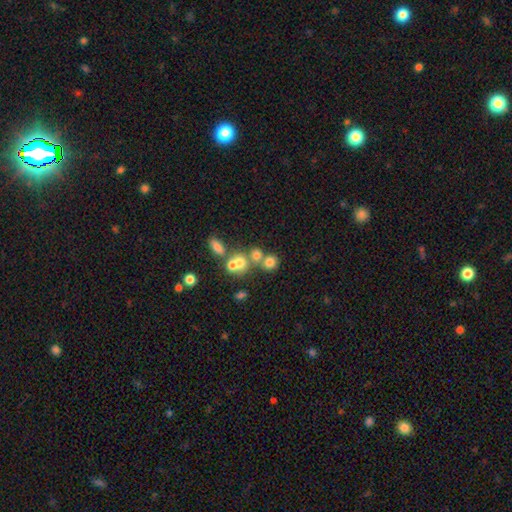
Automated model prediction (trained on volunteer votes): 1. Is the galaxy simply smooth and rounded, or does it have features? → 59% smooth, 22% star or artifact, 19% featured or disk.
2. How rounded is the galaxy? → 79% round, 20% in between, 1% cigar-shaped.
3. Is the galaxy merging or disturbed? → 43% merger (tied), 43% none (tied), 8% minor disturbance, 5% major disturbance.